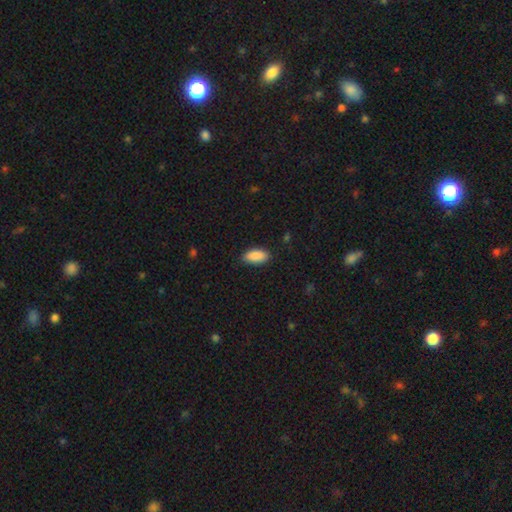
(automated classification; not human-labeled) A smooth galaxy with no disk features (90%) that is in between round and cigar-shaped (93%). Merging: none (84%).